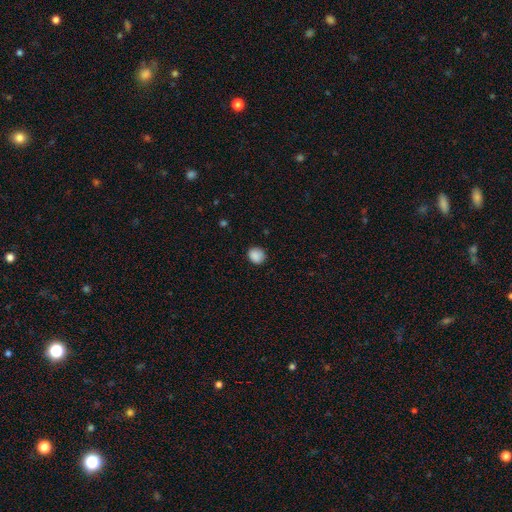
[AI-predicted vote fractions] smooth-or-featured: smooth: 88% | star or artifact: 9% | featured or disk: 3%
  how-rounded: round: 81% | in between: 18% | cigar-shaped: 1%
  merging: none: 85% | minor disturbance: 12% | major disturbance: 3% | merger: 1%